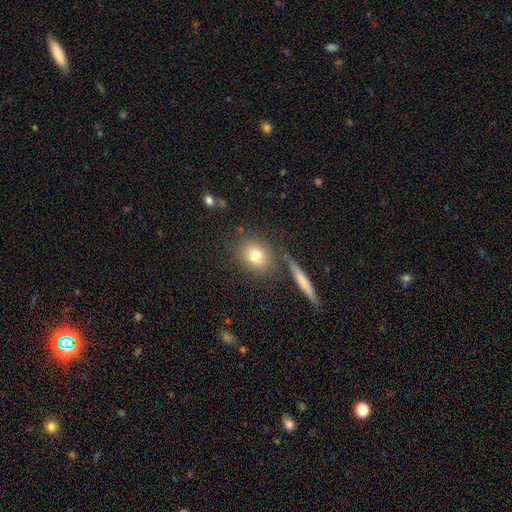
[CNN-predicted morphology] This is likely a smooth galaxy (76%). How rounded: likely round (63%). Merging: likely none (76%).